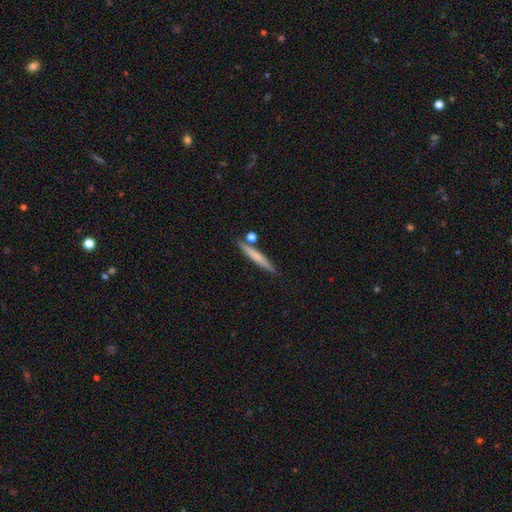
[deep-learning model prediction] Overall: smooth (61%; featured or disk 33%). How rounded: cigar-shaped (94%). Merging: none (81%).